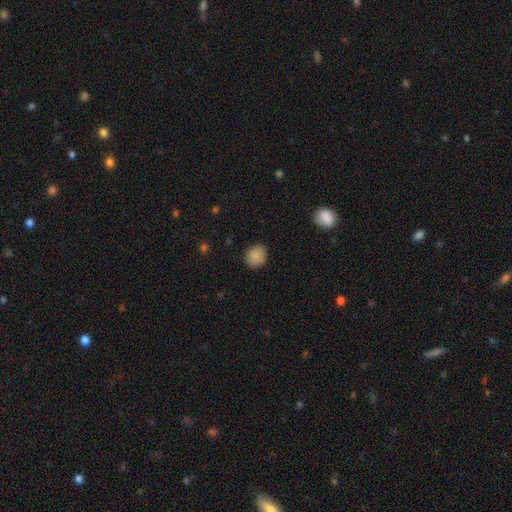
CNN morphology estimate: A smooth galaxy with no disk features (87%) that is round (72%). Merging: none (86%).